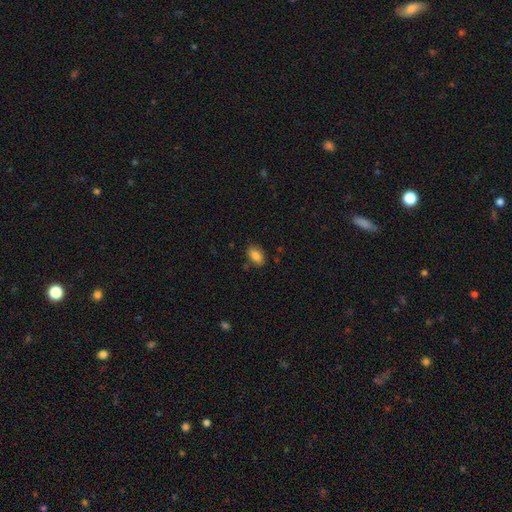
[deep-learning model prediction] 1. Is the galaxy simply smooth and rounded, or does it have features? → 83% smooth, 8% star or artifact, 8% featured or disk.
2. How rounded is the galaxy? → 88% in between, 9% round, 3% cigar-shaped.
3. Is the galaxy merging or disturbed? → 77% none, 17% minor disturbance, 3% major disturbance, 3% merger.